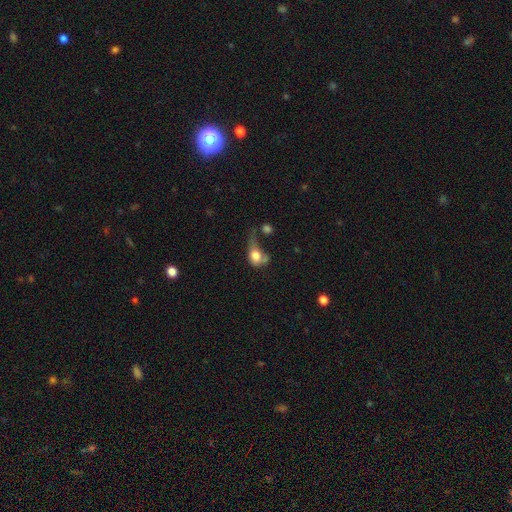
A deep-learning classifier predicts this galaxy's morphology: A smooth galaxy with no disk features (69%) that is in between round and cigar-shaped (62%).

Vote fractions:
- Smooth or featured? smooth: 69% / featured or disk: 22% / star or artifact: 9%
- How rounded? in between: 62% / round: 35% / cigar-shaped: 3%
- Merging? major disturbance: 46% / merger: 19% / minor disturbance: 18% / none: 16%